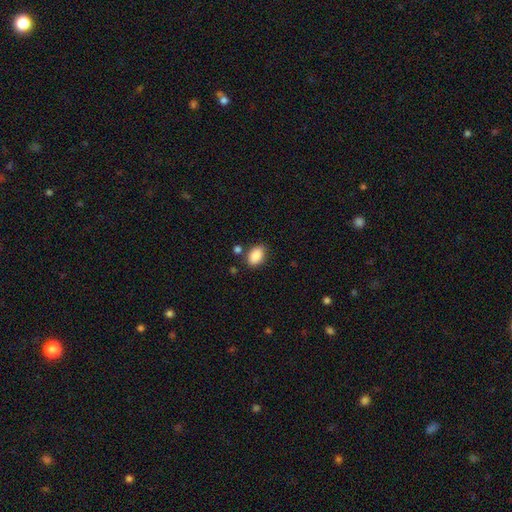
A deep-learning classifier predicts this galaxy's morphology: A smooth galaxy with no disk features (88%) that is in between round and cigar-shaped (87%).

Vote fractions:
- Smooth or featured? smooth: 88% / star or artifact: 8% / featured or disk: 4%
- How rounded? in between: 87% / round: 12% / cigar-shaped: 1%
- Merging? none: 76% / minor disturbance: 14% / merger: 6% / major disturbance: 3%